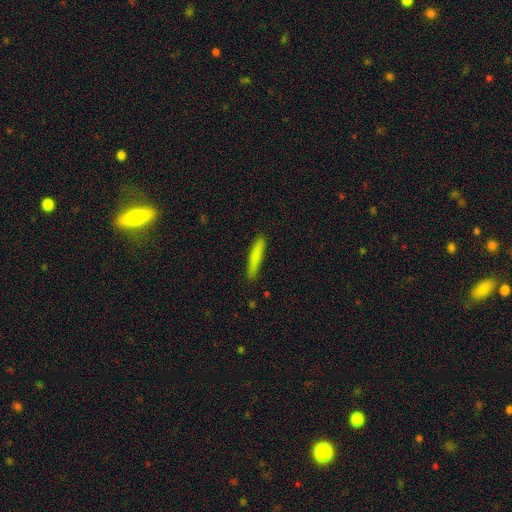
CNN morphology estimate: type=smooth (81%); roundness=cigar-shaped (92%); merging=none (86%).